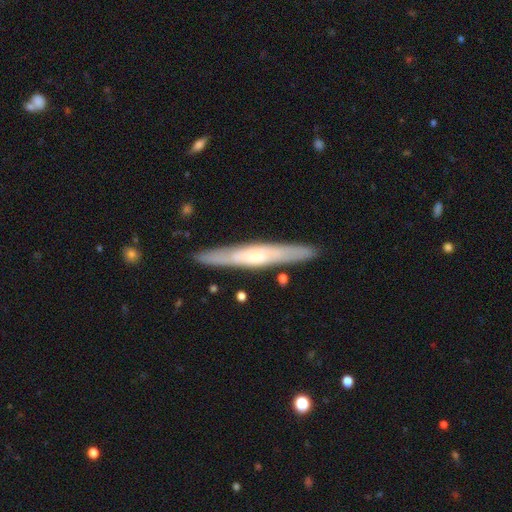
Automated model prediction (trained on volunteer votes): featured or disk 60%, smooth 35%, star or artifact 5%. Down the decision tree: edge-on disk — yes (89%); edge-on bulge — rounded (59%); merging — none (89%).